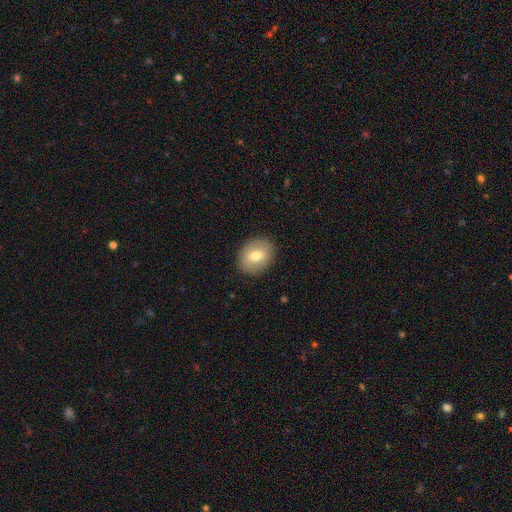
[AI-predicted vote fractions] Smooth or featured? Predicted: smooth (p=0.69). How rounded? Predicted: in between (p=0.55). Merging? Predicted: none (p=0.88).